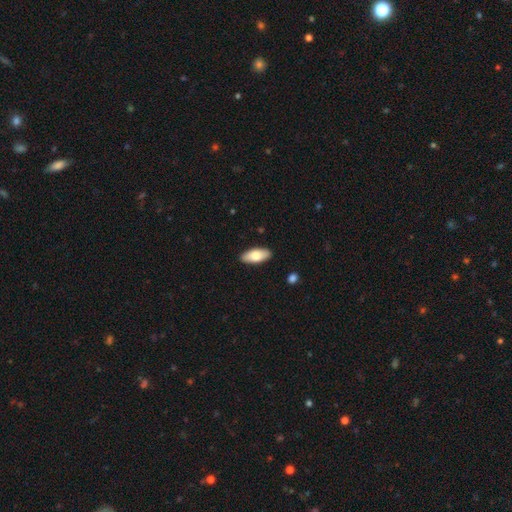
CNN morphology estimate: smooth_or_featured: smooth (p=0.77) [alt: featured or disk p=0.17]
how_rounded: in between (p=0.85) [alt: cigar-shaped p=0.13]
merging: none (p=0.89) [alt: minor disturbance p=0.08]